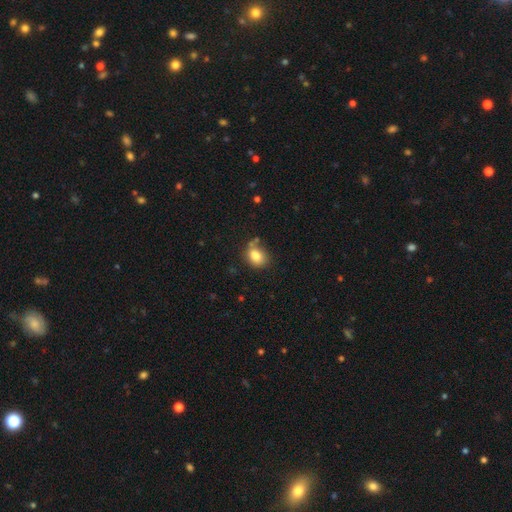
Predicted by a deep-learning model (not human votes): smooth_or_featured: smooth (p=0.82) [alt: star or artifact p=0.10]
how_rounded: in between (p=0.55) [alt: round p=0.44]
merging: none (p=0.65) [alt: minor disturbance p=0.20]